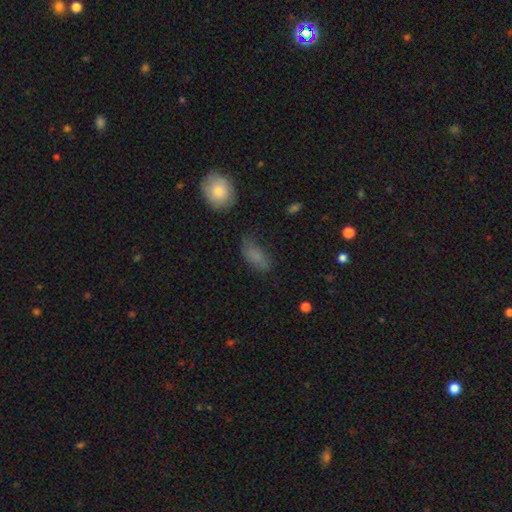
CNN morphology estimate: smooth-or-featured: smooth: 74% | featured or disk: 14% | star or artifact: 13%
  how-rounded: in between: 85% | cigar-shaped: 10% | round: 5%
  merging: none: 50% | minor disturbance: 30% | major disturbance: 16% | merger: 4%